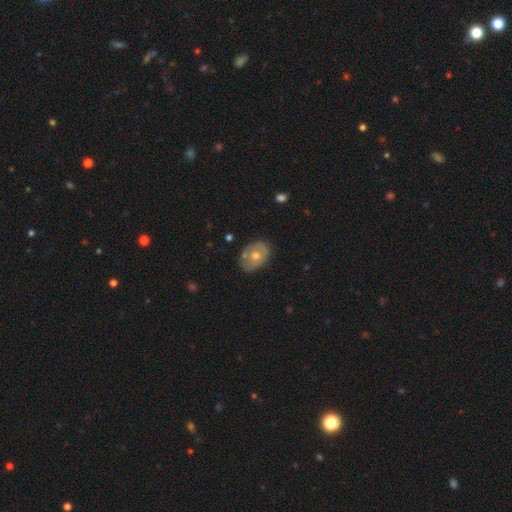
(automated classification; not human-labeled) This appears to be a featured or disk galaxy (48%). Merging: none (73%).